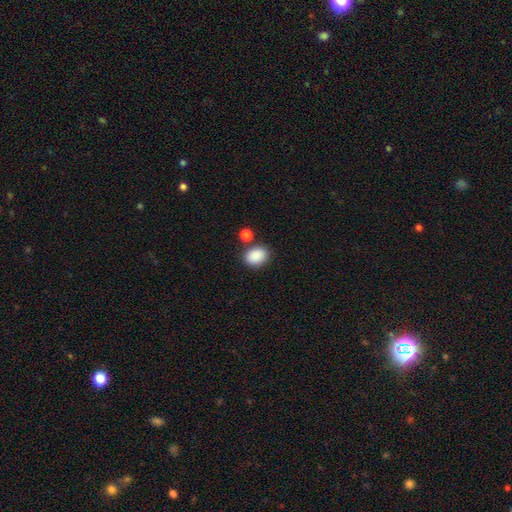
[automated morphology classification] Smooth or featured? Predicted: smooth (p=0.88). How rounded? Predicted: in between (p=0.66). Merging? Predicted: none (p=0.76).